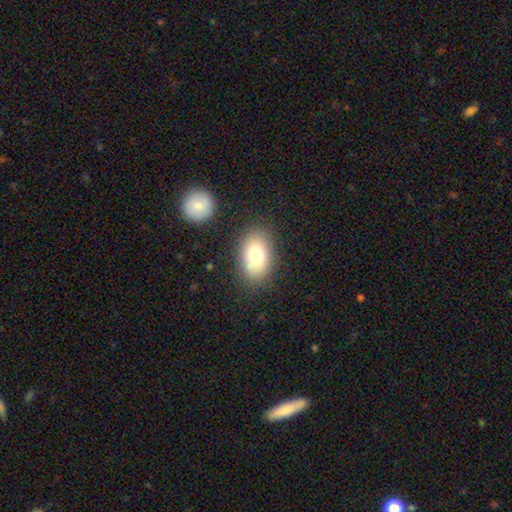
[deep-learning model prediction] Morphology: type=smooth (75%); roundness=in between (84%); merging=none (83%).